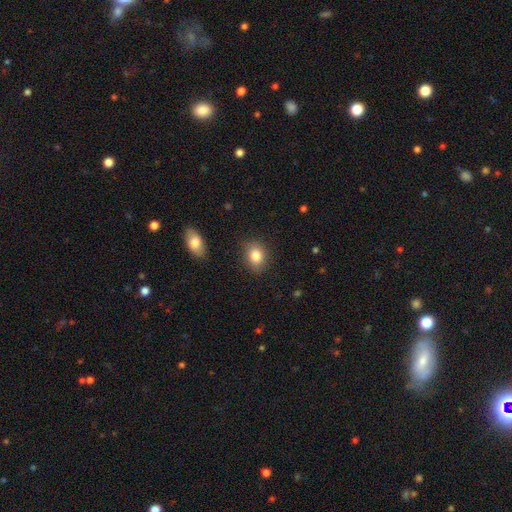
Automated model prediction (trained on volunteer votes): Smooth or featured: smooth — 83% (star or artifact — 9%)
How rounded: in between — 60% (round — 39%)
Merging: none — 83% (minor disturbance — 12%)